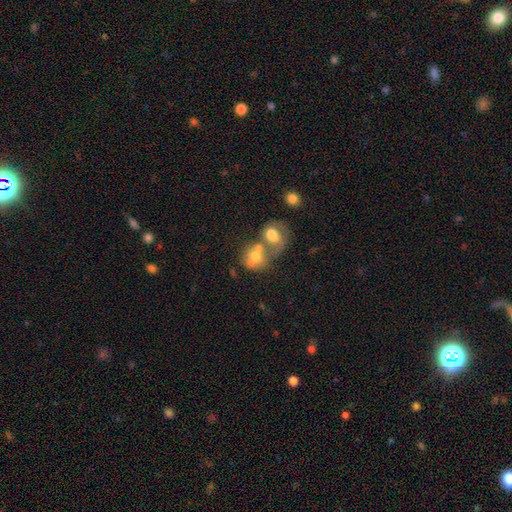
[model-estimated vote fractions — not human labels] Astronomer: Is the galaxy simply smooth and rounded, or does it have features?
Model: smooth — 57%.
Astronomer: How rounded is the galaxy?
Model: round — 60% (runner-up: in between, 39%).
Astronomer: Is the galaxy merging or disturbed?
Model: merger — 68%.